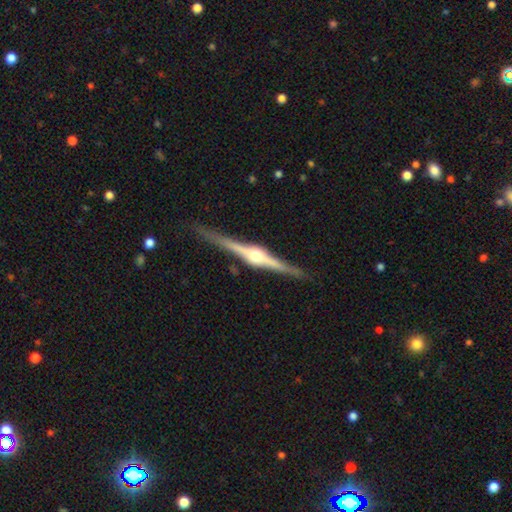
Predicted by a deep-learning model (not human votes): Smooth or featured? featured or disk (87%)
Edge-on disk? yes (98%)
Edge-on bulge? rounded (92%)
Merging? none (88%)